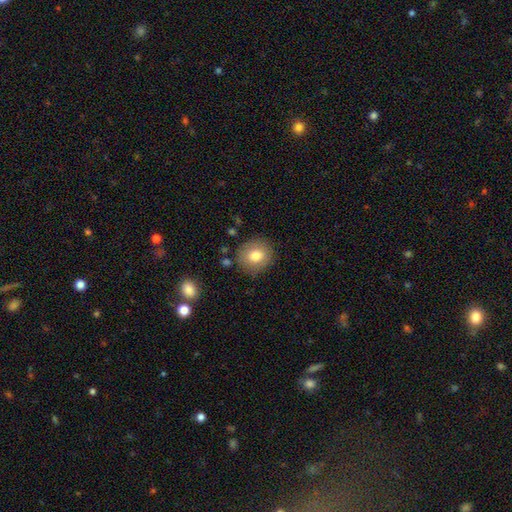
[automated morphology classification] The model was most divided on "smooth or featured": smooth: 80%, featured or disk: 12%, star or artifact: 9%. More confident: merging — none (84%); how rounded — round (84%).